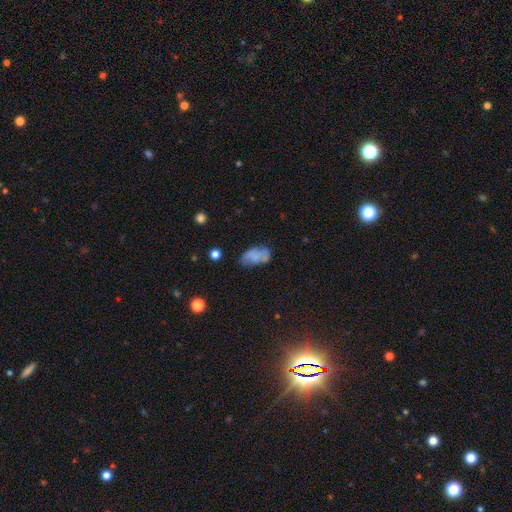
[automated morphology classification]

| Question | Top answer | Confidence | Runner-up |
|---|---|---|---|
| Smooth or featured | smooth | 65% | featured or disk (24%) |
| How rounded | in between | 93% | round (5%) |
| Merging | none | 49% | minor disturbance (31%) |